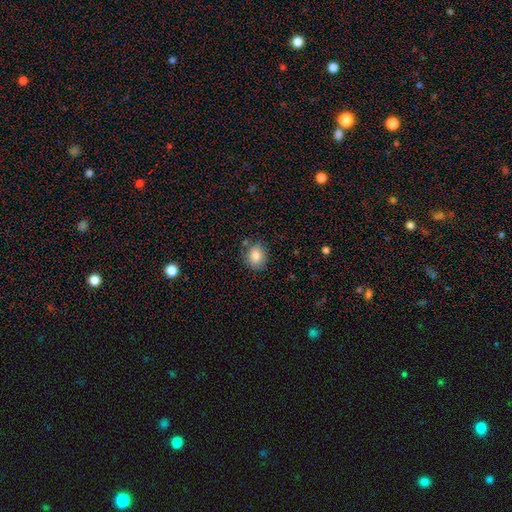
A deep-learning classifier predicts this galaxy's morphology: Smooth or featured? Predicted: smooth (p=0.83). How rounded? Predicted: round (p=0.69). Merging? Predicted: none (p=0.79).